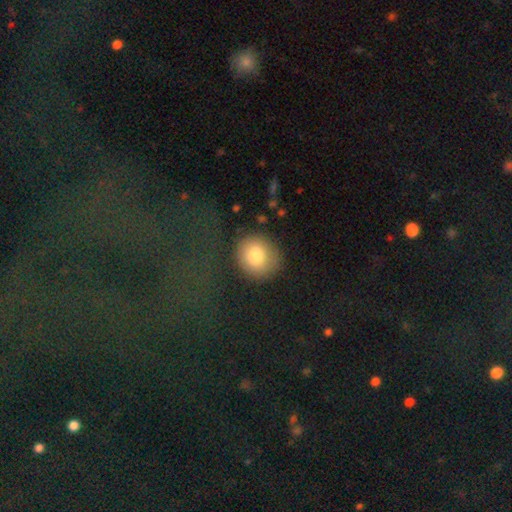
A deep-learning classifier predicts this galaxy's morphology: A smooth galaxy with no disk features (79%) that is round (77%).

Vote fractions:
- Smooth or featured? smooth: 79% / featured or disk: 12% / star or artifact: 9%
- How rounded? round: 77% / in between: 23% / cigar-shaped: 1%
- Merging? none: 82% / minor disturbance: 12% / major disturbance: 5% / merger: 2%